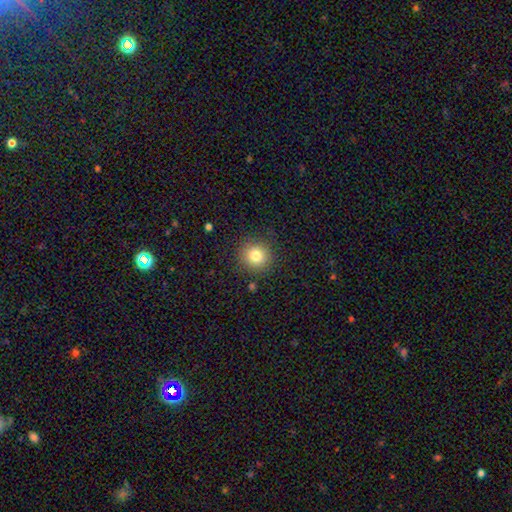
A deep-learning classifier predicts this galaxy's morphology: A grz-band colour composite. It shows a smooth galaxy with no disk features (81%) that is round (92%). Merging: none (89%).